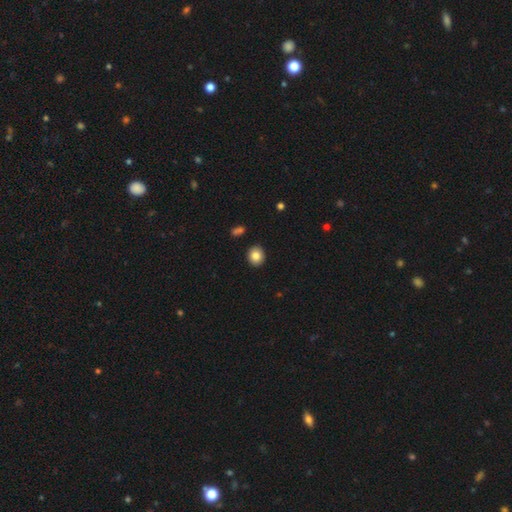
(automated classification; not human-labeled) Smooth or featured?
  - smooth: 85% *
  - star or artifact: 9%
  - featured or disk: 6%
How rounded?
  - round: 72% *
  - in between: 27%
  - cigar-shaped: 1%
Merging?
  - none: 91% *
  - minor disturbance: 6%
  - merger: 2%
  - major disturbance: 2%